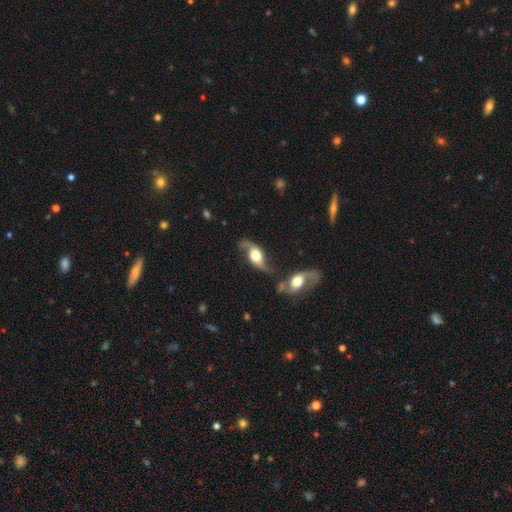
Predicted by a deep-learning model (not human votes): Smooth or featured: featured or disk — 77% (smooth — 17%)
Edge-on disk: no — 88% (yes — 12%)
Bar: no — 65% (weak — 27%)
Spiral arms: yes — 91% (no — 9%)
Spiral winding: loose — 76% (medium — 19%)
Spiral arm count: 2 — 91% (1 — 4%)
Bulge size: large — 46% (moderate — 42%)
Merging: none — 54% (minor disturbance — 19%)